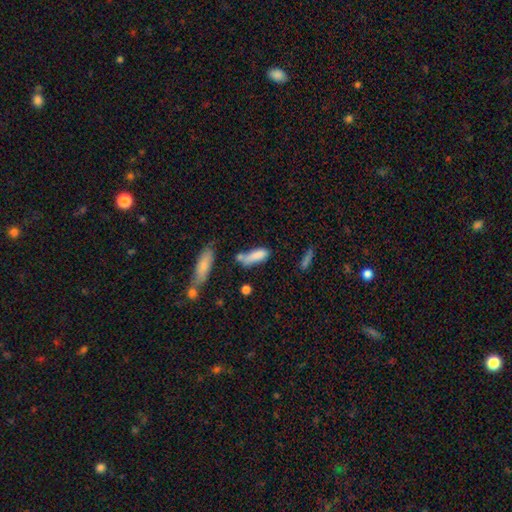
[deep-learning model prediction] Overall: smooth (80%). How rounded: in between (50%; cigar-shaped 48%). Merging: none (41%; merger 25%).